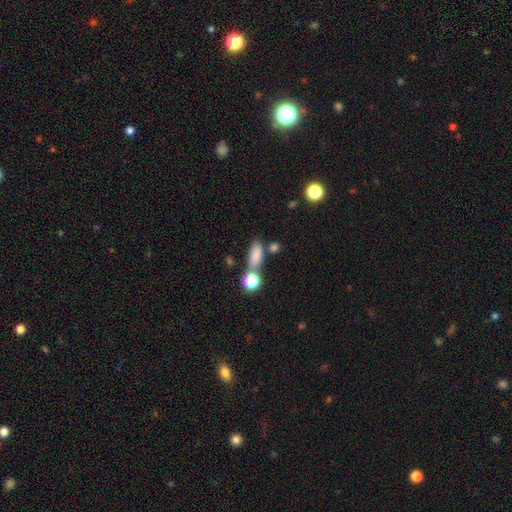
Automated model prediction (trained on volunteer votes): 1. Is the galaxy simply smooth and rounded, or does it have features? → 80% smooth, 12% star or artifact, 8% featured or disk.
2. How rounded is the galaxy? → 73% in between, 17% cigar-shaped, 10% round.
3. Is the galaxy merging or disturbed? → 58% none, 21% merger, 14% minor disturbance, 6% major disturbance.